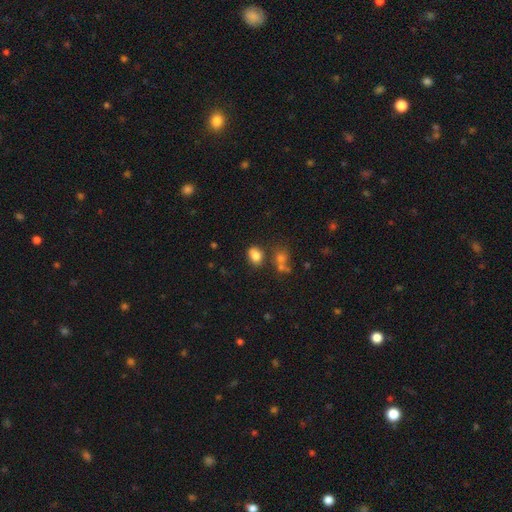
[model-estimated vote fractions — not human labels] smooth_or_featured: smooth (p=0.80) [alt: star or artifact p=0.12]
how_rounded: in between (p=0.70) [alt: round p=0.29]
merging: none (p=0.66) [alt: minor disturbance p=0.16]